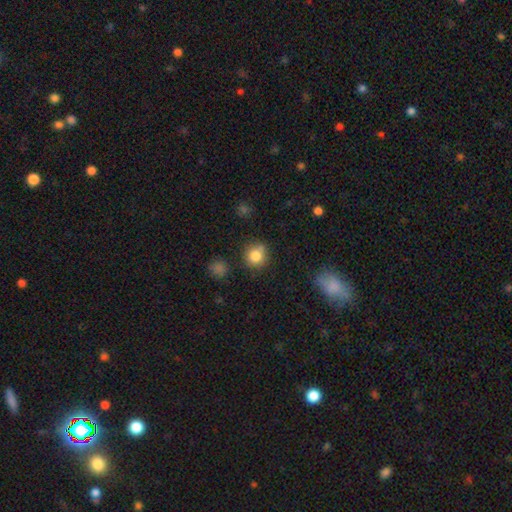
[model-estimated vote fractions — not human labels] smooth_or_featured: smooth (p=0.82) [alt: star or artifact p=0.11]
how_rounded: round (p=0.88) [alt: in between p=0.11]
merging: none (p=0.74) [alt: minor disturbance p=0.14]